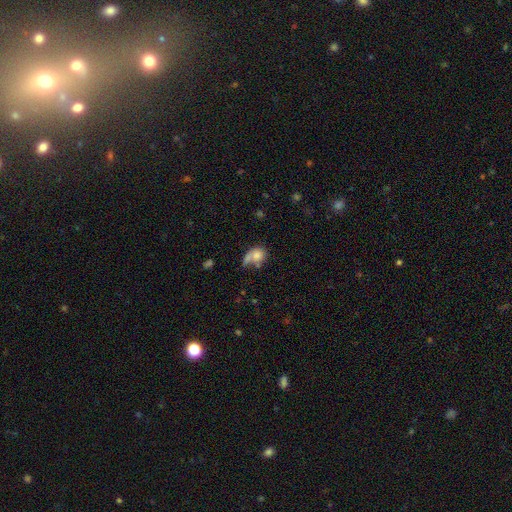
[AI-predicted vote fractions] Morphology: type=smooth (72%); roundness=round (54%); merging=none (33%).